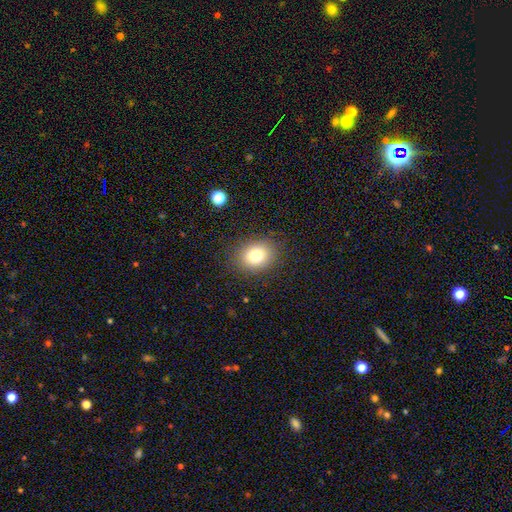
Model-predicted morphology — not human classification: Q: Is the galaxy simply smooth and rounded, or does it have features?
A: smooth — 80%.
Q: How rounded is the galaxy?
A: in between — 52%.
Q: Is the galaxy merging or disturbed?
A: none — 86%.